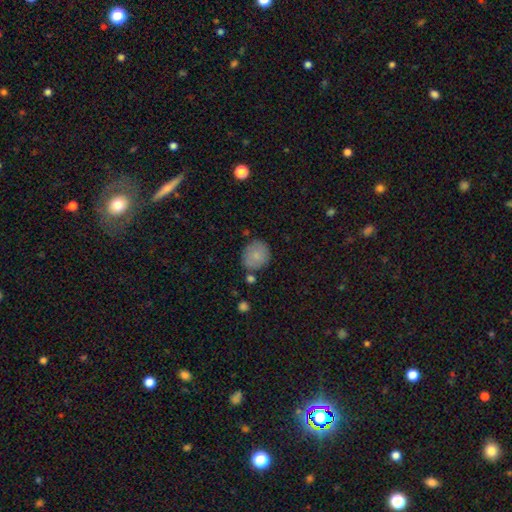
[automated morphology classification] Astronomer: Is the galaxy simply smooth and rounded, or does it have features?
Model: smooth — 81%.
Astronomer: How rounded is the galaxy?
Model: round — 79%.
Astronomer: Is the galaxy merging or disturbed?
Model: none — 74%.